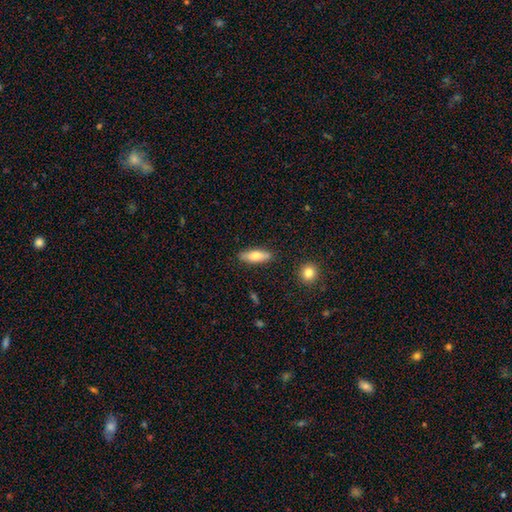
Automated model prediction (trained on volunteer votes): smooth_or_featured: smooth (p=0.71) [alt: featured or disk p=0.23]
how_rounded: in between (p=0.56) [alt: cigar-shaped p=0.41]
merging: none (p=0.86) [alt: minor disturbance p=0.10]